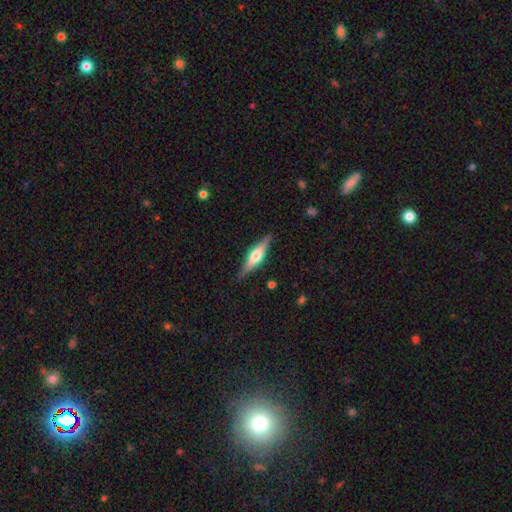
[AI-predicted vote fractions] The model was most divided on "smooth or featured": featured or disk: 58%, smooth: 37%, star or artifact: 6%. More confident: edge-on disk — yes (94%); edge-on bulge — rounded (88%); merging — none (85%).